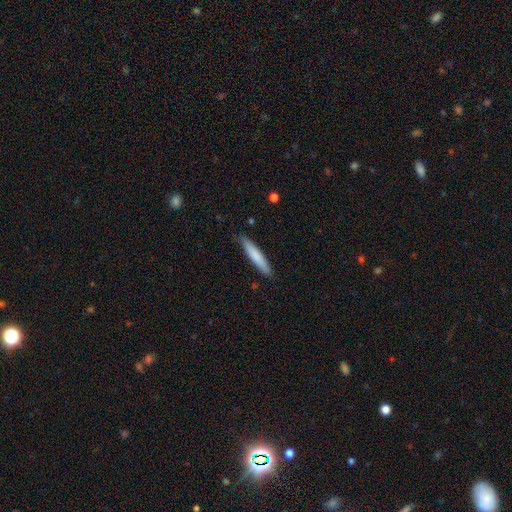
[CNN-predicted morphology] This appears to be a smooth galaxy with no disk features (76%) that is cigar-shaped (92%). Merging: none (85%).